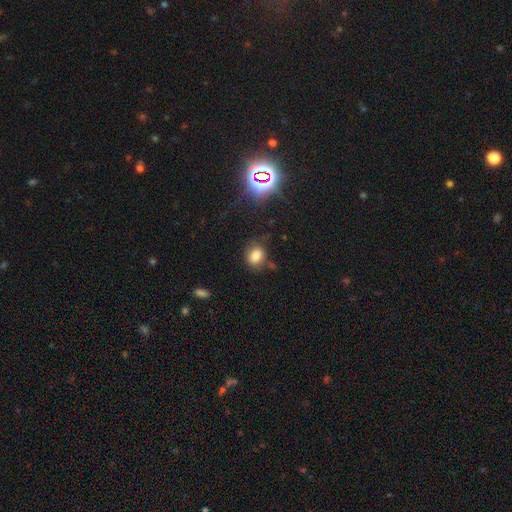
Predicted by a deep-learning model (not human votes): Smooth or featured? Predicted: smooth (p=0.77). How rounded? Predicted: in between (p=0.62). Merging? Predicted: none (p=0.67).